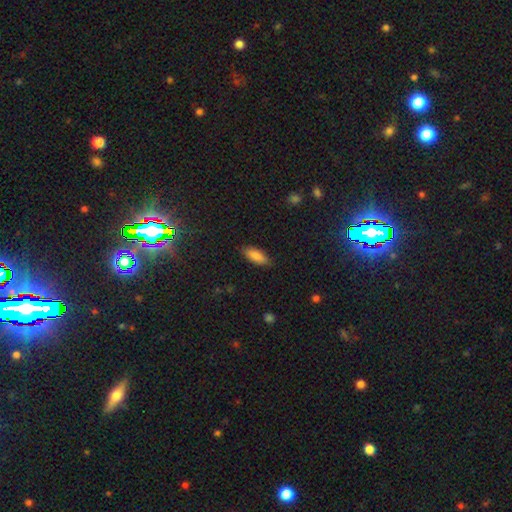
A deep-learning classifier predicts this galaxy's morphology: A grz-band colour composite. It shows a smooth galaxy with no disk features (84%) that is in between round and cigar-shaped (75%). Merging: none (85%).